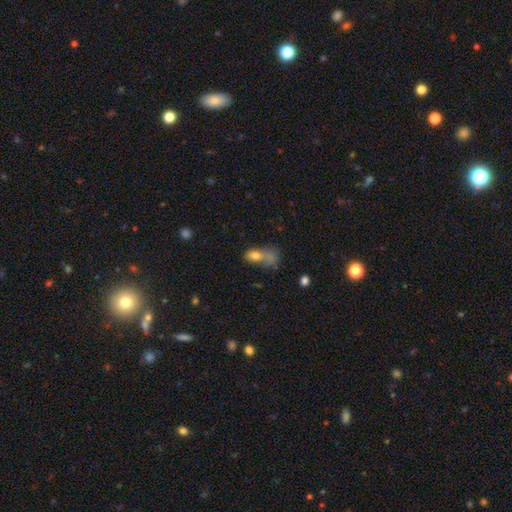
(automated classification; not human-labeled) Smooth or featured: smooth — 71% (featured or disk — 18%)
How rounded: in between — 75% (round — 14%)
Merging: major disturbance — 33% (merger — 27%)